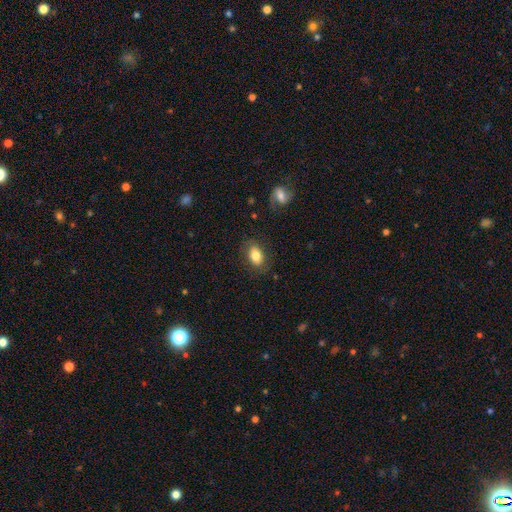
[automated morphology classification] smooth-or-featured: smooth: 80% | featured or disk: 12% | star or artifact: 8%
  how-rounded: in between: 87% | round: 12% | cigar-shaped: 2%
  merging: none: 82% | minor disturbance: 12% | major disturbance: 4% | merger: 1%